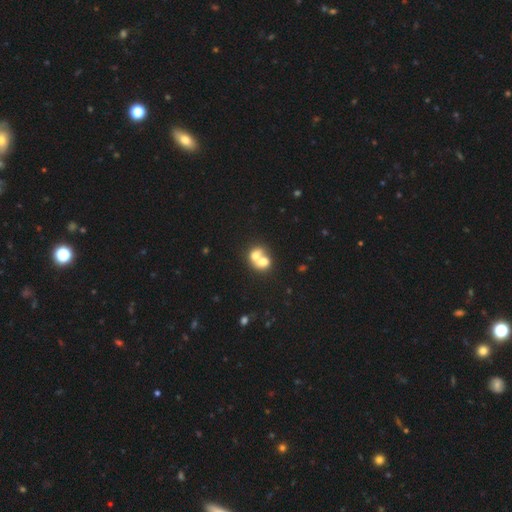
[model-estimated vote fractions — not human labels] Morphology: type=smooth (65%); roundness=round (59%); merging=merger (74%).